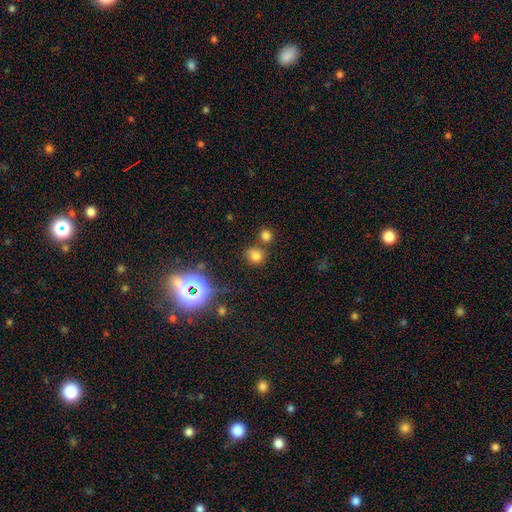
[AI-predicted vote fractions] smooth_or_featured: smooth (p=0.74) [alt: star or artifact p=0.20]
how_rounded: round (p=0.83) [alt: in between p=0.16]
merging: none (p=0.71) [alt: merger p=0.16]